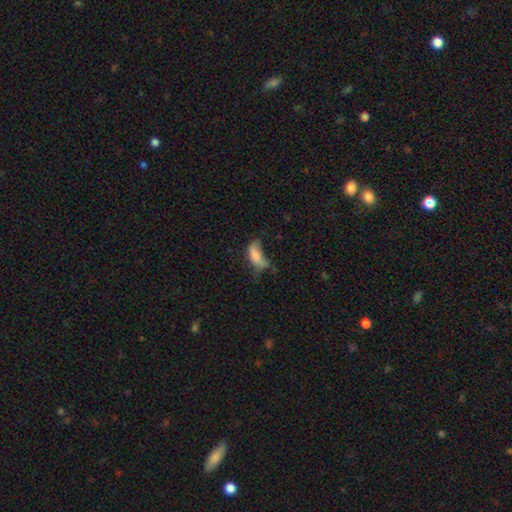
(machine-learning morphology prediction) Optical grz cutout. It shows a smooth galaxy with no disk features (68%) that is in between round and cigar-shaped (83%). Merging: major disturbance (40%).